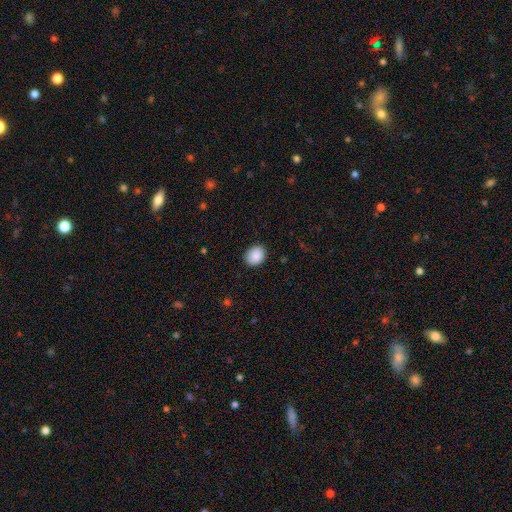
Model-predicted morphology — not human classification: smooth 89%, star or artifact 7%, featured or disk 4%. Down the decision tree: how rounded — round (51%); merging — none (87%).